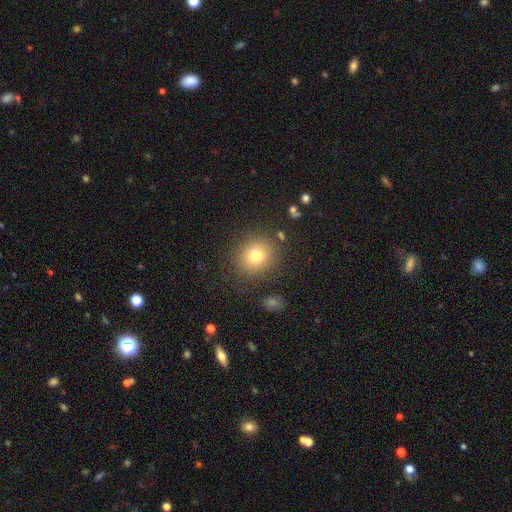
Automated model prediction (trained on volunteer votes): Overall: smooth (77%). How rounded: round (78%). Merging: none (84%).